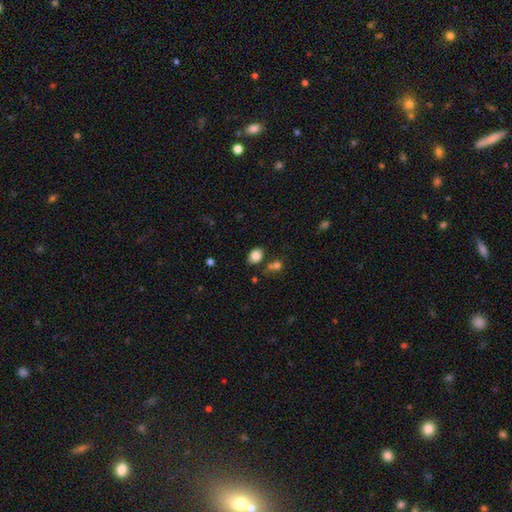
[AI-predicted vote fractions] Q: Smooth or featured?
A: smooth (83%); runner-up: star or artifact (9%)
Q: How rounded?
A: in between (70%); runner-up: round (29%)
Q: Merging?
A: none (74%); runner-up: minor disturbance (13%)